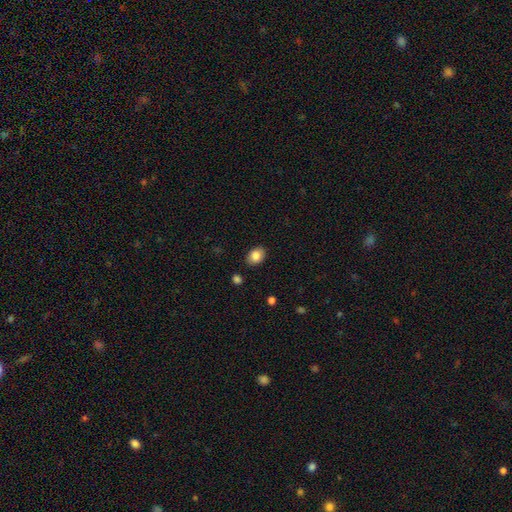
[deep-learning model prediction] A smooth galaxy with no disk features (85%) that is in between round and cigar-shaped (68%).

Vote fractions:
- Smooth or featured? smooth: 85% / star or artifact: 8% / featured or disk: 7%
- How rounded? in between: 68% / round: 31% / cigar-shaped: 1%
- Merging? none: 88% / minor disturbance: 9% / major disturbance: 2% / merger: 2%